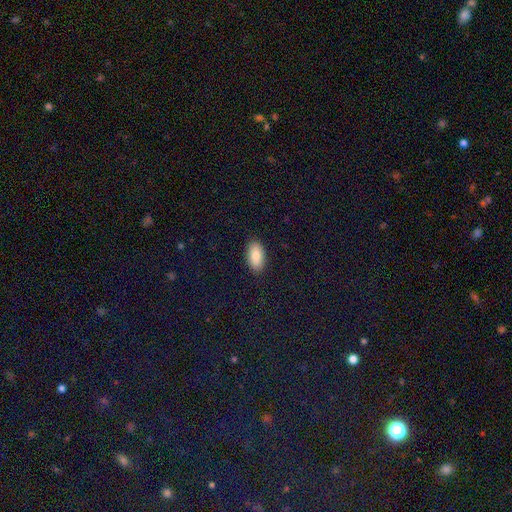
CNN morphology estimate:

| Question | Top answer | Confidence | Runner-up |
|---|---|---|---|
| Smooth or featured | smooth | 83% | featured or disk (10%) |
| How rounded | in between | 94% | round (3%) |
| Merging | none | 89% | minor disturbance (8%) |